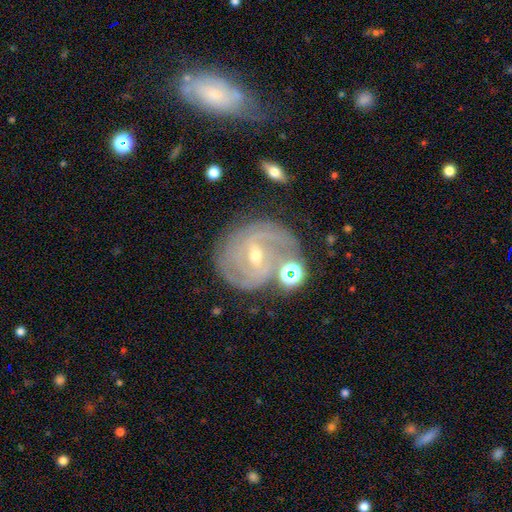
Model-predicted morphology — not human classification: This appears to be a featured or disk galaxy (86%) with a weak bar (53%), 2 (38%) tight (60%) spiral arms (96%) and a small central bulge (54%). Merging: none (71%).